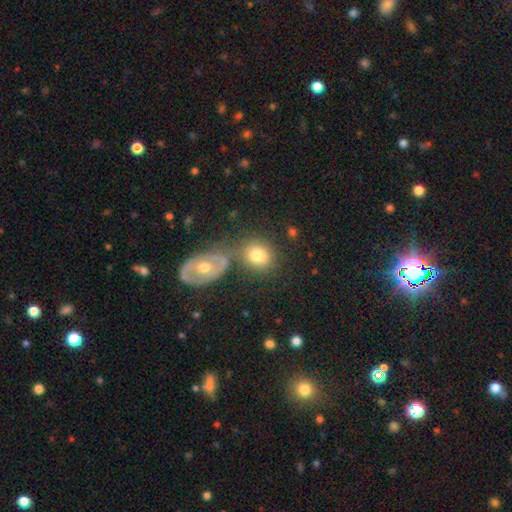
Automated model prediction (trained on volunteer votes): smooth-or-featured: smooth: 72% | featured or disk: 19% | star or artifact: 9%
  how-rounded: round: 59% | in between: 40% | cigar-shaped: 1%
  merging: none: 48% | merger: 33% | minor disturbance: 12% | major disturbance: 6%